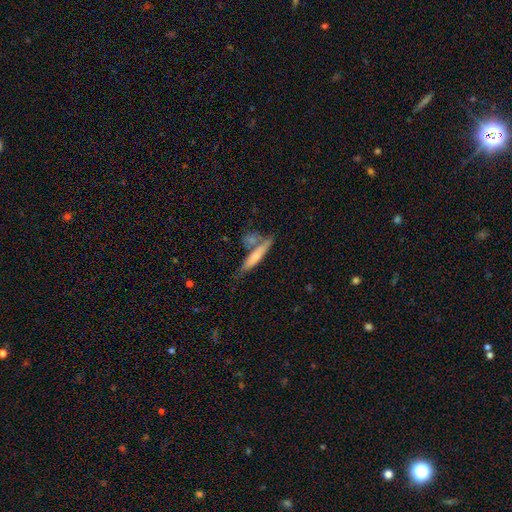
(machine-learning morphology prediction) Smooth or featured? Predicted: smooth (p=0.65). How rounded? Predicted: cigar-shaped (p=0.88). Merging? Predicted: none (p=0.60).